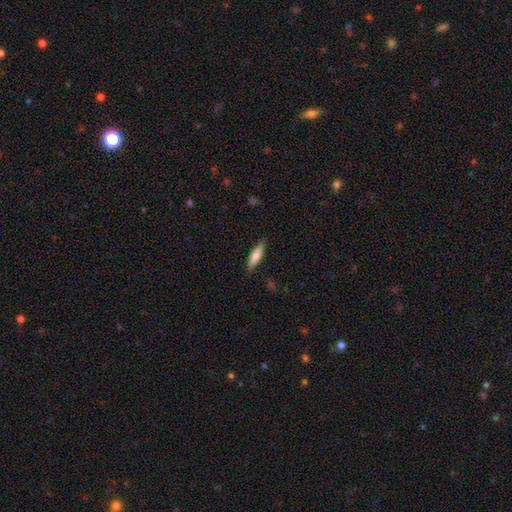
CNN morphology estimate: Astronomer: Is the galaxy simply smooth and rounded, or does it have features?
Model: smooth — 70%.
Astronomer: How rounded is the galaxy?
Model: cigar-shaped — 74%.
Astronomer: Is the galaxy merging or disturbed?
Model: none — 87%.